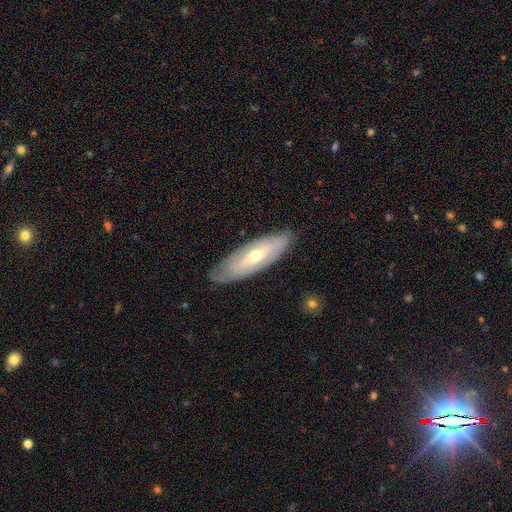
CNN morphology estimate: A featured or disk galaxy (61%). Merging: none (84%).